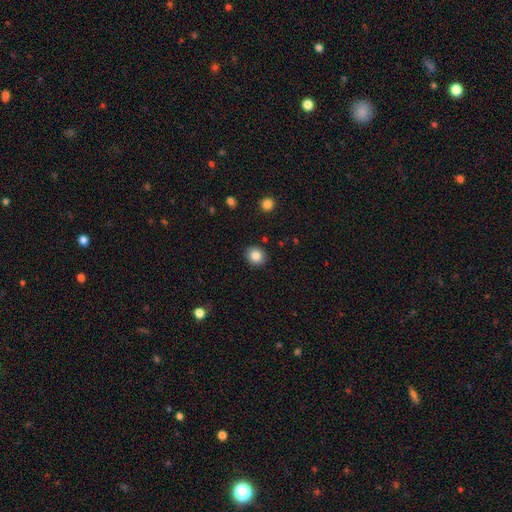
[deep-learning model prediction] This appears to be a smooth galaxy with no disk features (84%) that is round (79%). Merging: none (91%).